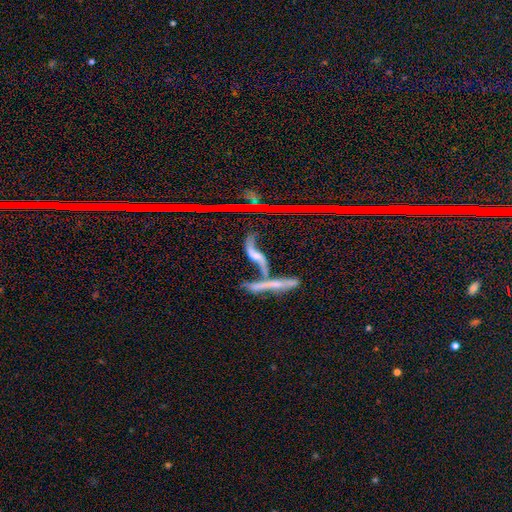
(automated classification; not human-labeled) Smooth or featured? Predicted: featured or disk (p=0.70). Edge-on disk? Predicted: no (p=0.69). Merging? Predicted: merger (p=0.39).